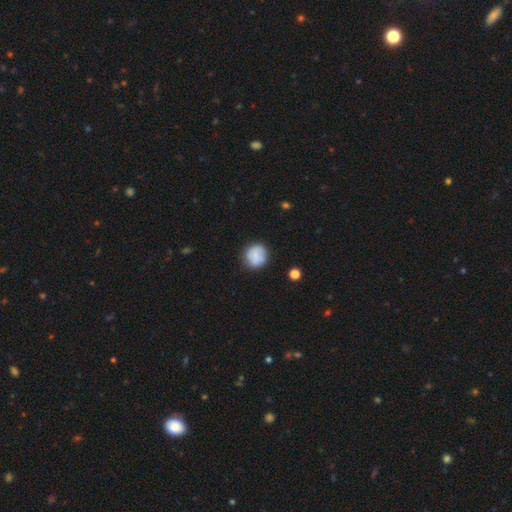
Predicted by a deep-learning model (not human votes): smooth 78%, featured or disk 14%, star or artifact 8%. Down the decision tree: how rounded — round (87%); merging — none (78%).